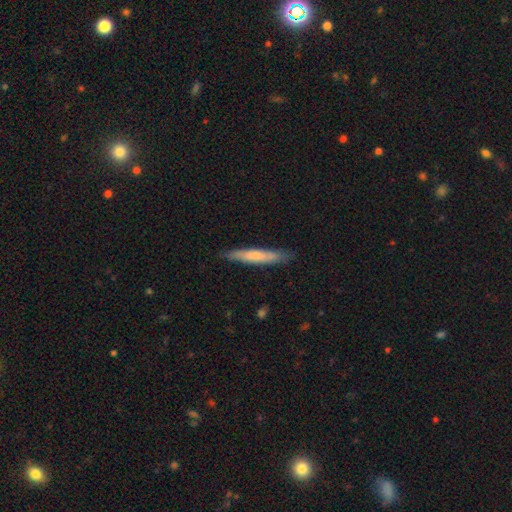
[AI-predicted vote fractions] The model was most divided on "smooth or featured": smooth: 67%, featured or disk: 28%, star or artifact: 5%. More confident: how rounded — cigar-shaped (93%); merging — none (85%).